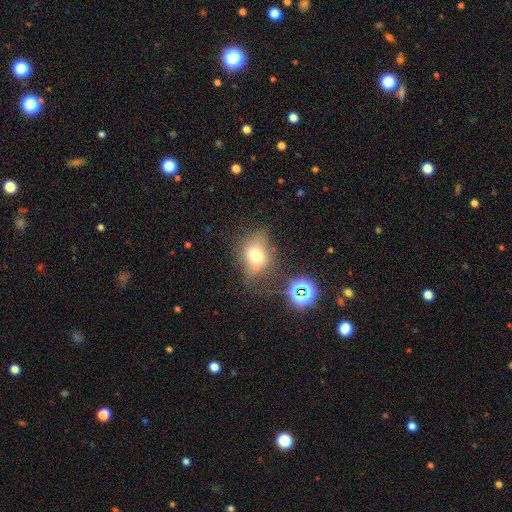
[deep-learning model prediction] This appears to be a smooth galaxy with no disk features (63%) that is in between round and cigar-shaped (57%). Merging: none (48%).